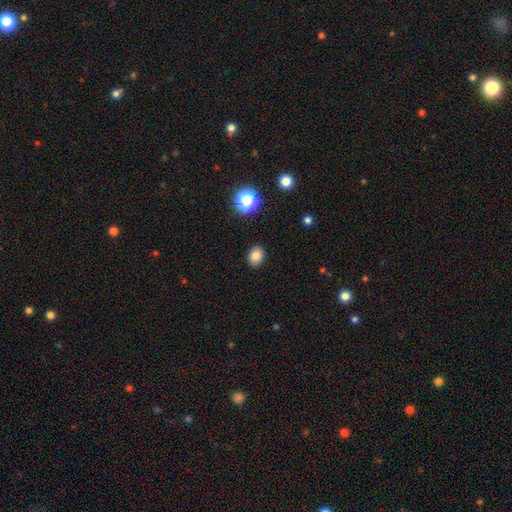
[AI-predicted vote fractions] Smooth or featured: smooth — 82% (star or artifact — 12%)
How rounded: in between — 57% (round — 43%)
Merging: none — 90% (minor disturbance — 7%)